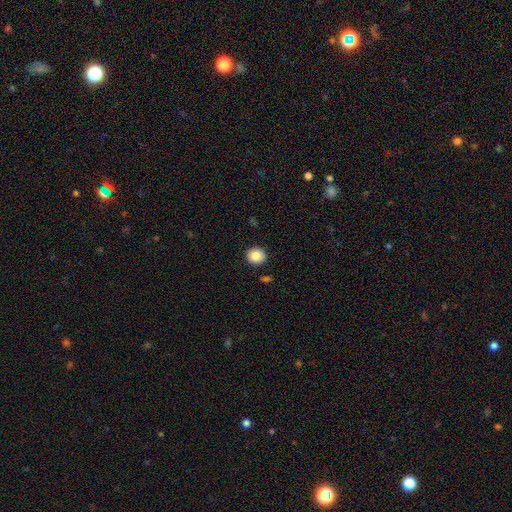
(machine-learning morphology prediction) Smooth or featured? Predicted: smooth (p=0.86). How rounded? Predicted: round (p=0.88). Merging? Predicted: none (p=0.91).